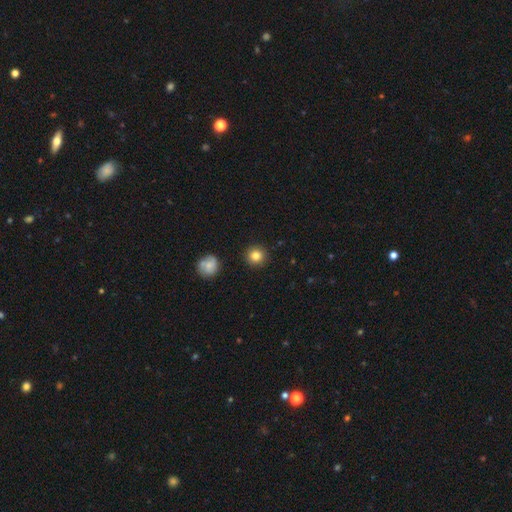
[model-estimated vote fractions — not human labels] Smooth or featured?
  - smooth: 83% *
  - star or artifact: 10%
  - featured or disk: 7%
How rounded?
  - round: 94% *
  - in between: 5%
  - cigar-shaped: 1%
Merging?
  - none: 91% *
  - minor disturbance: 6%
  - major disturbance: 2%
  - merger: 2%